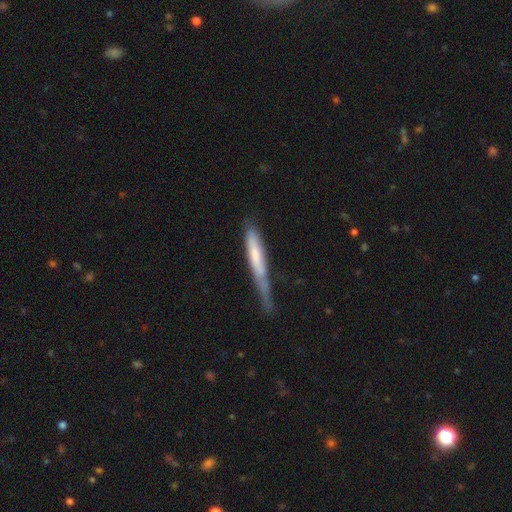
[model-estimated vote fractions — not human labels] Overall: smooth (55%; featured or disk 39%). How rounded: cigar-shaped (92%). Merging: none (38%, tied with minor disturbance).